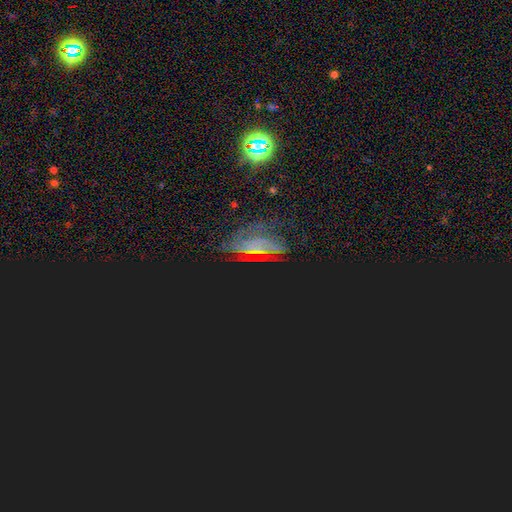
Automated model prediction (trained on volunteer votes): Morphology: type=star or artifact (50%).